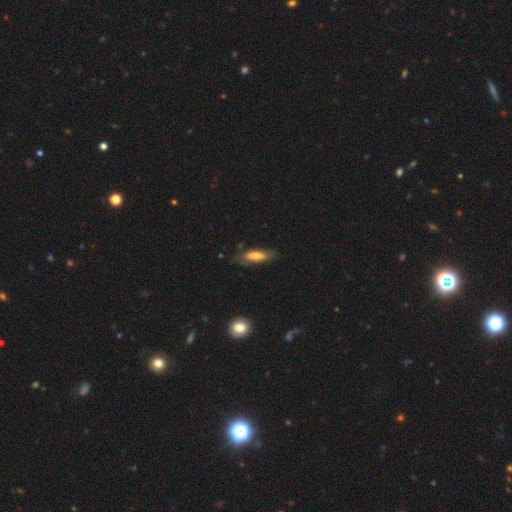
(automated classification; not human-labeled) This appears to be a smooth galaxy with no disk features (58%) that is in between round and cigar-shaped (55%). Merging: none (71%).